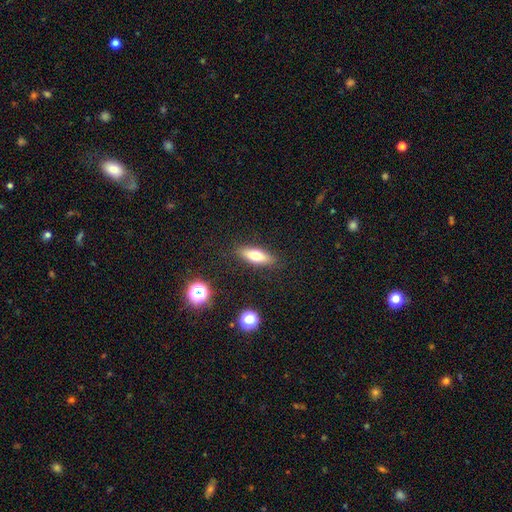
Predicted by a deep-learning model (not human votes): smooth 65%, featured or disk 26%, star or artifact 9%. Down the decision tree: how rounded — in between (52%); merging — none (87%).